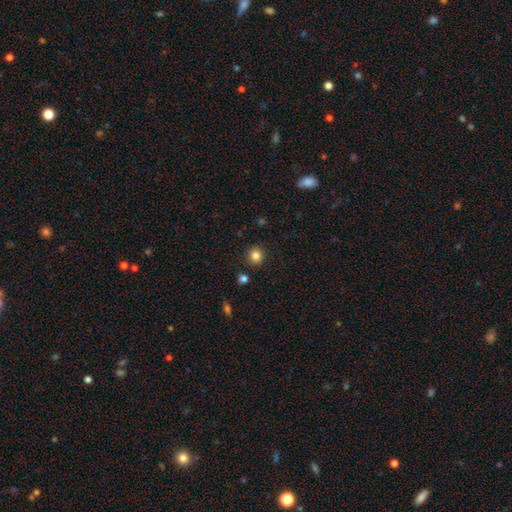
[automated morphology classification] A smooth galaxy with no disk features (84%) that is round (89%).

Vote fractions:
- Smooth or featured? smooth: 84% / star or artifact: 12% / featured or disk: 5%
- How rounded? round: 89% / in between: 10% / cigar-shaped: 1%
- Merging? none: 88% / minor disturbance: 7% / merger: 3% / major disturbance: 2%